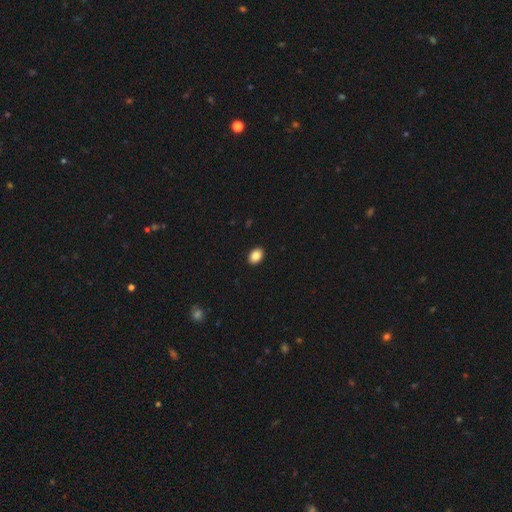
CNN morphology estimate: Smooth or featured? smooth (87%)
How rounded? in between (77%)
Merging? none (91%)